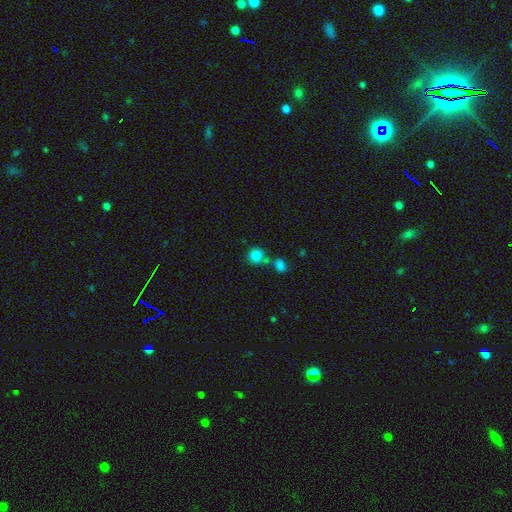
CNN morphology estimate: Smooth or featured: smooth — 83% (star or artifact — 11%)
How rounded: round — 88% (in between — 11%)
Merging: none — 58% (merger — 28%)